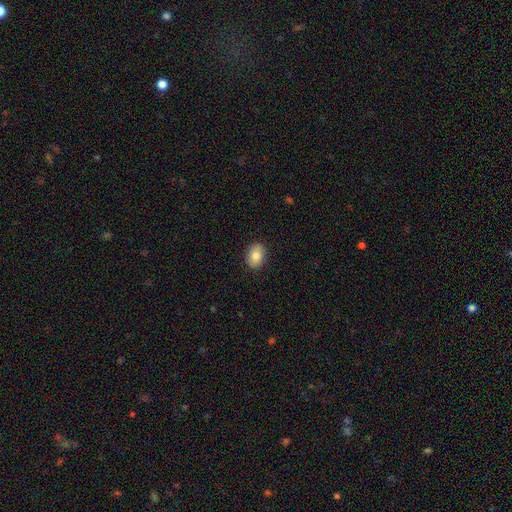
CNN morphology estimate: A smooth galaxy with no disk features (83%) that is in between round and cigar-shaped (75%).

Vote fractions:
- Smooth or featured? smooth: 83% / featured or disk: 9% / star or artifact: 8%
- How rounded? in between: 75% / round: 24% / cigar-shaped: 1%
- Merging? none: 89% / minor disturbance: 8% / major disturbance: 2% / merger: 1%